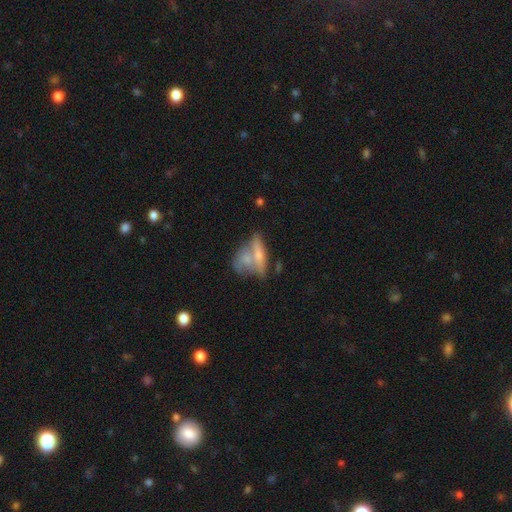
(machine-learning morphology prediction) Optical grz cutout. It shows a smooth galaxy with no disk features (53%) that is in between round and cigar-shaped (49%). Merging: merger (46%).